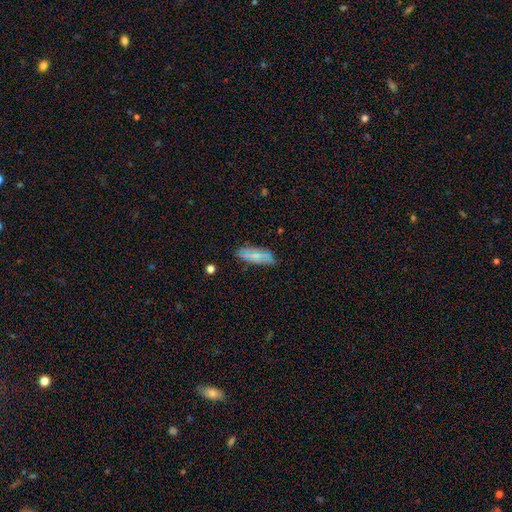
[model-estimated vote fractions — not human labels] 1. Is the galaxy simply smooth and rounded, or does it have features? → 64% smooth, 19% featured or disk, 17% star or artifact.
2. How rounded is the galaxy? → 77% in between, 19% cigar-shaped, 4% round.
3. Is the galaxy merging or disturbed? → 80% none, 15% minor disturbance, 3% major disturbance, 2% merger.